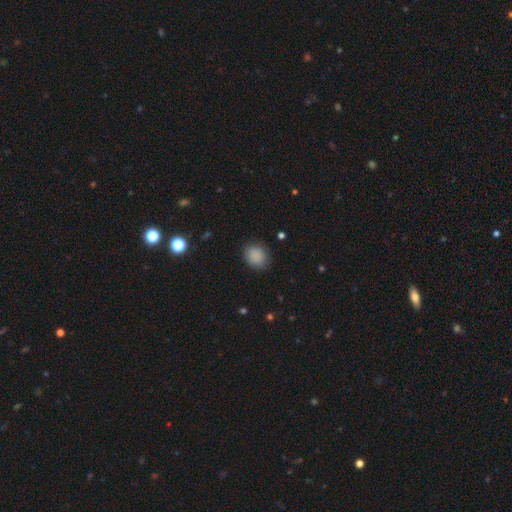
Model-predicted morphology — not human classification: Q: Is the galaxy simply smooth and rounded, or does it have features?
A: smooth — 87%.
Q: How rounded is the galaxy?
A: round — 67%.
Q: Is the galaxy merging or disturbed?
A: none — 84%.